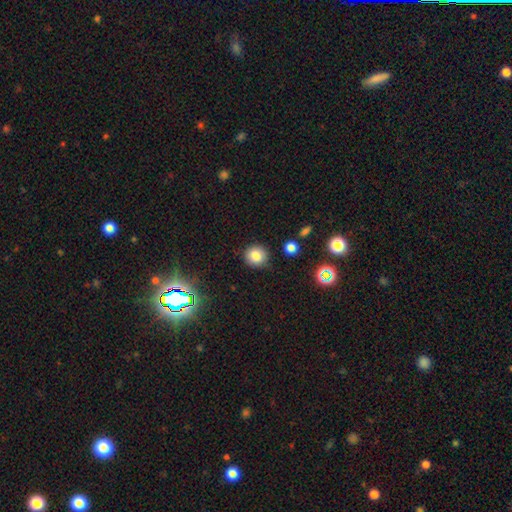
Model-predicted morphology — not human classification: The model was most divided on "smooth or featured": smooth: 80%, star or artifact: 13%, featured or disk: 7%. More confident: how rounded — round (90%); merging — none (86%).